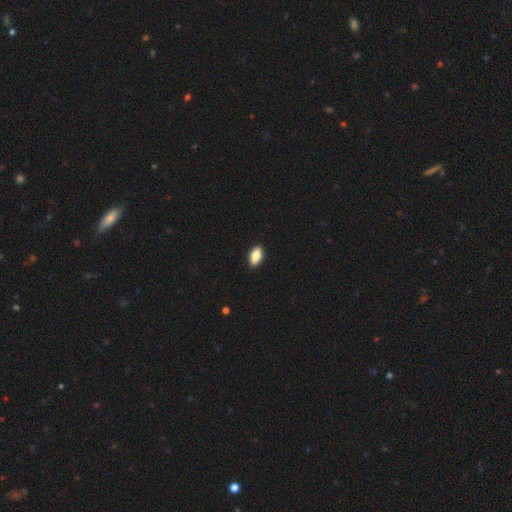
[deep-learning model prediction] This is clearly a smooth galaxy (82%). How rounded: clearly in between (89%). Merging: clearly none (90%).